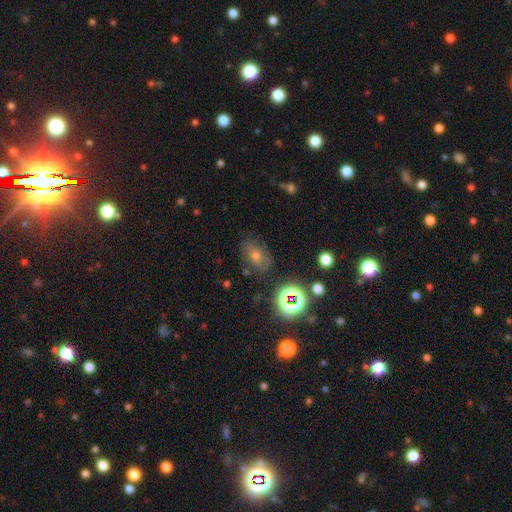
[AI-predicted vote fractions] The model was most divided on "smooth or featured": smooth: 48%, star or artifact: 30%, featured or disk: 22%. More confident: merging — none (74%).